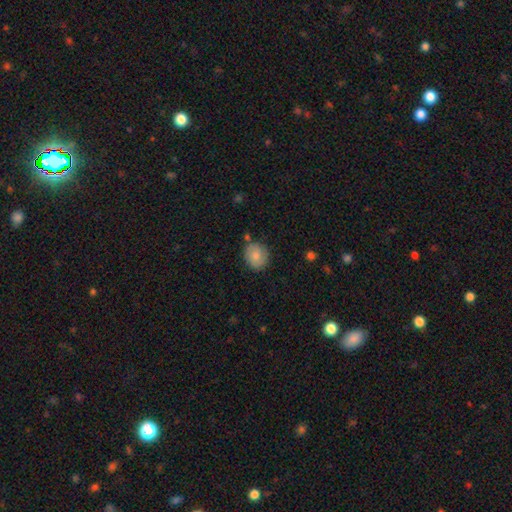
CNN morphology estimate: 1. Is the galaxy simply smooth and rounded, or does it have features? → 76% smooth, 17% featured or disk, 7% star or artifact.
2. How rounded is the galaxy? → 76% round, 23% in between, 1% cigar-shaped.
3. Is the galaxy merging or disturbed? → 79% none, 14% minor disturbance, 4% merger, 3% major disturbance.